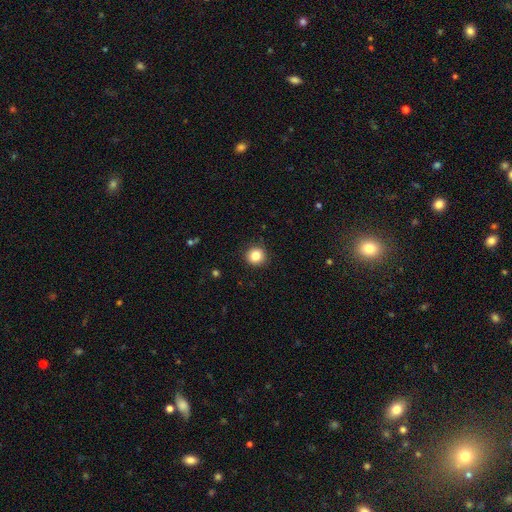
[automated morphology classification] A smooth galaxy with no disk features (85%) that is round (92%).

Vote fractions:
- Smooth or featured? smooth: 85% / star or artifact: 10% / featured or disk: 5%
- How rounded? round: 92% / in between: 7% / cigar-shaped: 1%
- Merging? none: 90% / minor disturbance: 7% / major disturbance: 2% / merger: 1%